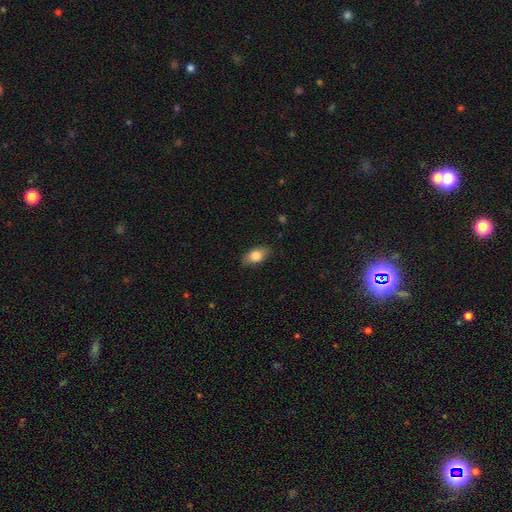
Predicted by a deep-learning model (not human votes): Morphology: type=smooth (81%); roundness=in between (87%); merging=none (82%).